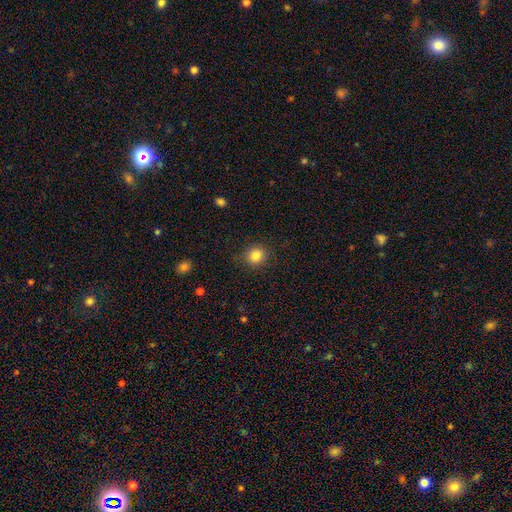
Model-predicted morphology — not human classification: Overall: smooth (84%). How rounded: round (83%). Merging: none (88%).